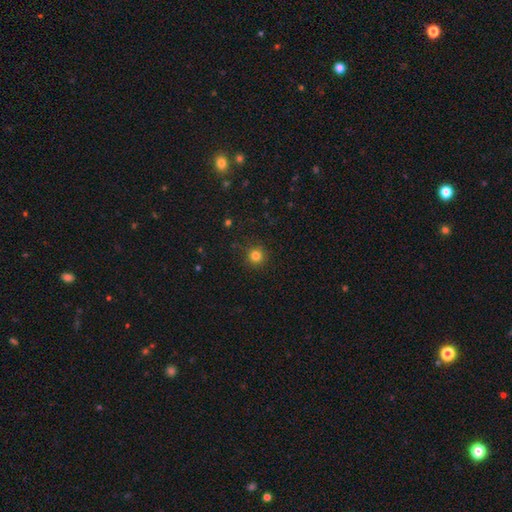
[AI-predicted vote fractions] A smooth galaxy with no disk features (82%) that is round (95%). Merging: none (90%).